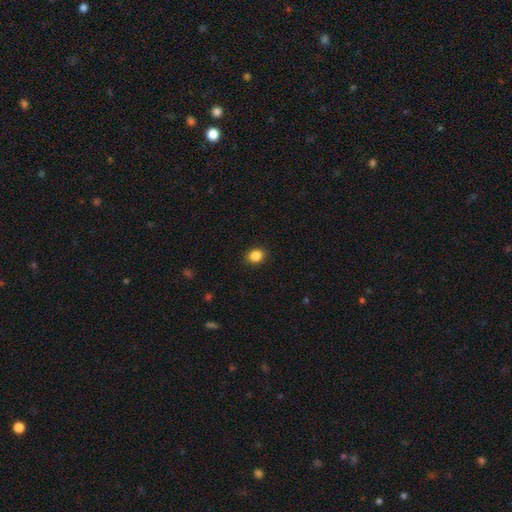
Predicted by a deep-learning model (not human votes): A smooth galaxy with no disk features (86%) that is round (59%).

Vote fractions:
- Smooth or featured? smooth: 86% / star or artifact: 10% / featured or disk: 4%
- How rounded? round: 59% / in between: 40% / cigar-shaped: 1%
- Merging? none: 90% / minor disturbance: 7% / major disturbance: 2% / merger: 1%